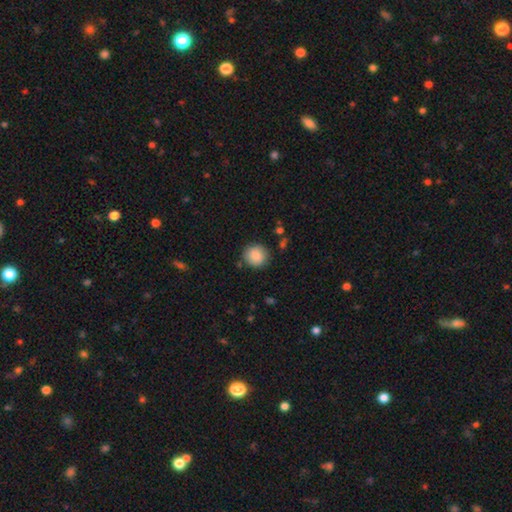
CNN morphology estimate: Overall: smooth (88%). How rounded: round (91%). Merging: none (86%).